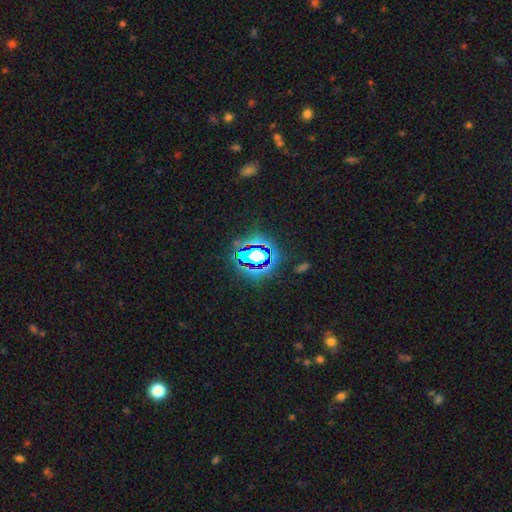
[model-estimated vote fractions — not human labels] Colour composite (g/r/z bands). It shows a star or artifact, not a galaxy (70%).